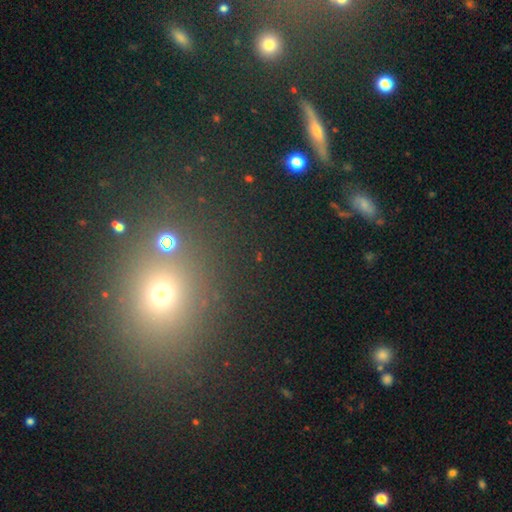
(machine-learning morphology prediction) Smooth or featured?
  - smooth: 44% *
  - star or artifact: 42%
  - featured or disk: 14%
Merging?
  - none: 83% *
  - minor disturbance: 8%
  - merger: 6%
  - major disturbance: 4%